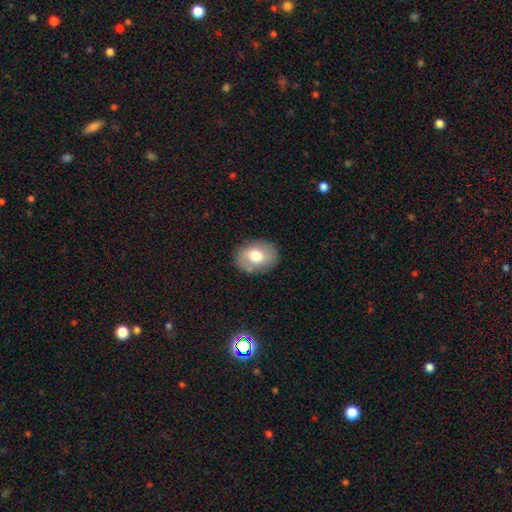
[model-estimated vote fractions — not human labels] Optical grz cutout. It shows a smooth galaxy with no disk features (67%) that is in between round and cigar-shaped (65%). Merging: none (85%).